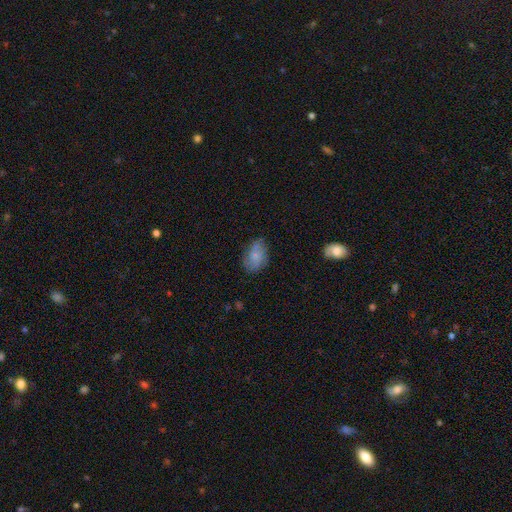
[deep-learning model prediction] The model was most divided on "merging": none: 67%, minor disturbance: 25%, major disturbance: 6%, merger: 2%. More confident: how rounded — in between (86%); smooth or featured — smooth (72%).